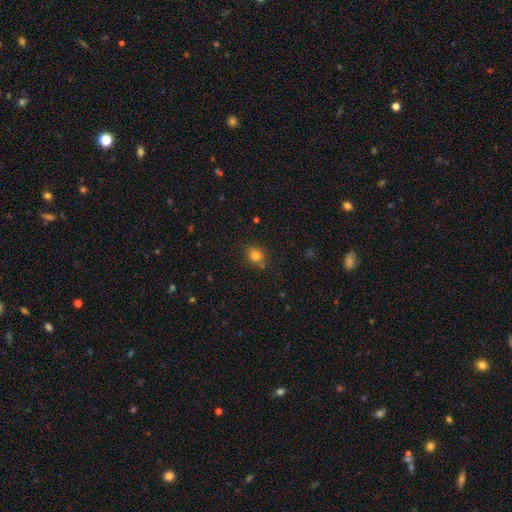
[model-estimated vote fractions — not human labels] Overall: smooth (80%). How rounded: round (80%). Merging: none (80%).